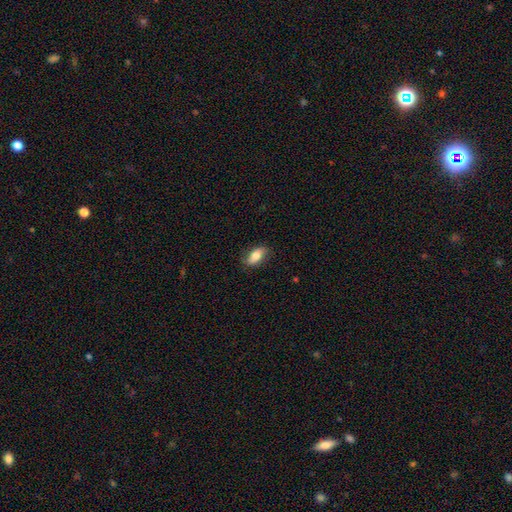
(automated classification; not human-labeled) Overall: smooth (74%). How rounded: in between (88%). Merging: none (76%).